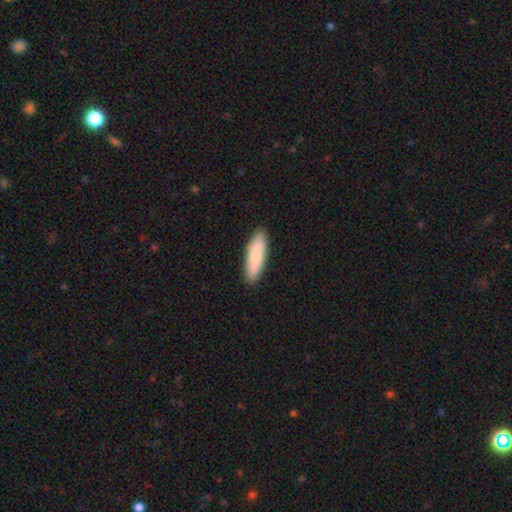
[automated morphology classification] Q: Smooth or featured?
A: smooth (86%); runner-up: featured or disk (8%)
Q: How rounded?
A: cigar-shaped (59%); runner-up: in between (40%)
Q: Merging?
A: none (90%); runner-up: minor disturbance (7%)